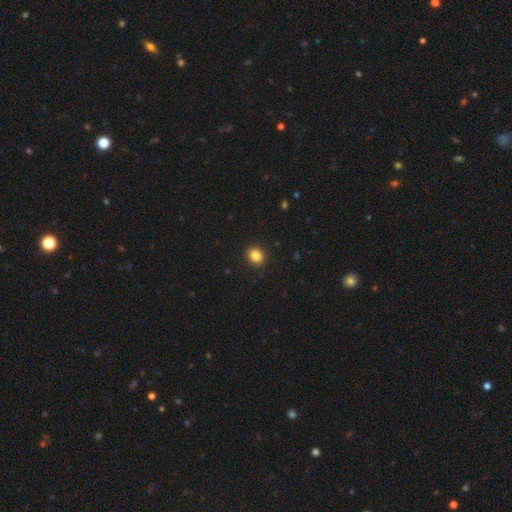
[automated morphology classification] Smooth or featured: smooth — 84% (star or artifact — 11%)
How rounded: round — 79% (in between — 20%)
Merging: none — 92% (minor disturbance — 5%)